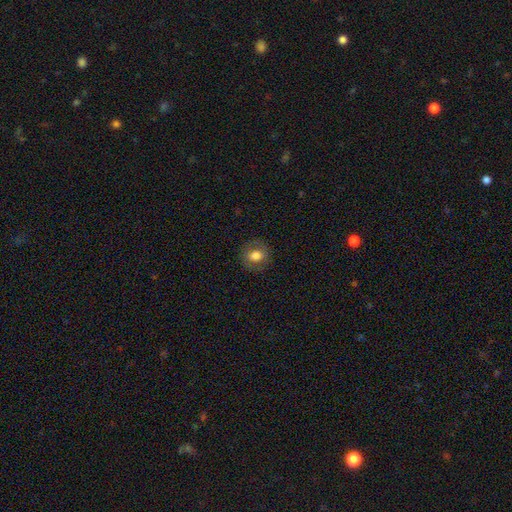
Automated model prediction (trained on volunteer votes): smooth-or-featured: smooth: 74% | featured or disk: 16% | star or artifact: 9%
  how-rounded: round: 74% | in between: 25% | cigar-shaped: 1%
  merging: none: 86% | minor disturbance: 10% | major disturbance: 4% | merger: 1%